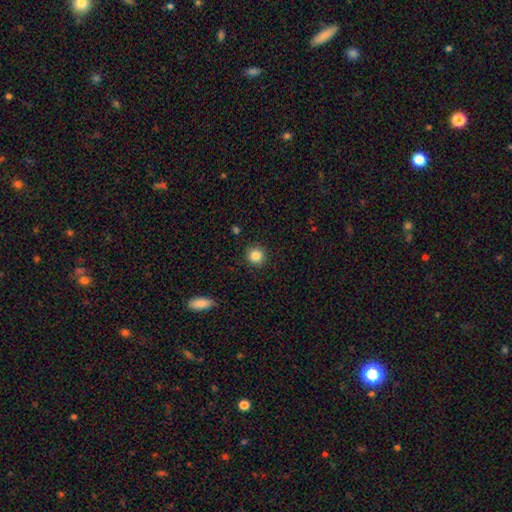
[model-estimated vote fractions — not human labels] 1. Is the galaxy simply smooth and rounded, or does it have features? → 85% smooth, 10% star or artifact, 5% featured or disk.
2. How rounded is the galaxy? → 92% round, 7% in between, 1% cigar-shaped.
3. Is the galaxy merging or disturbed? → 91% none, 6% minor disturbance, 2% major disturbance, 1% merger.